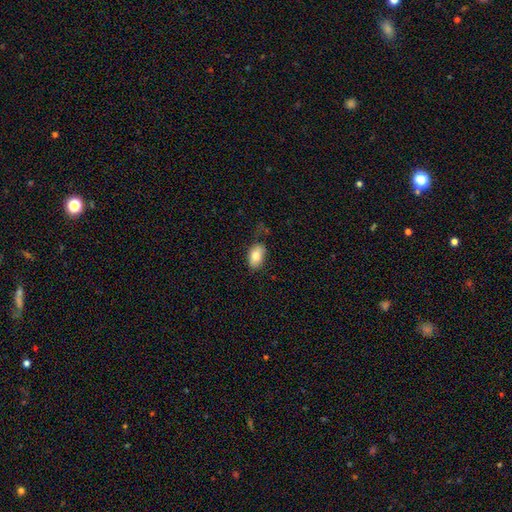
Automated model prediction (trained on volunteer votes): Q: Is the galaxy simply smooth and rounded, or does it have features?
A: smooth — 81%.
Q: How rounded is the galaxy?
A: in between — 92%.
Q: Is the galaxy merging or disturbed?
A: none — 67%.